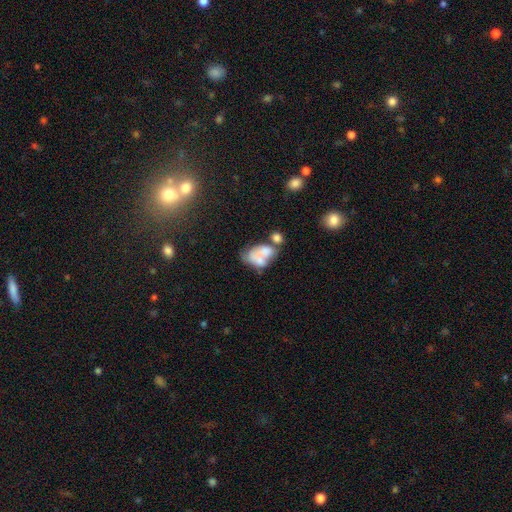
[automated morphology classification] Smooth or featured? smooth (53%)
How rounded? in between (86%)
Merging? merger (52%)